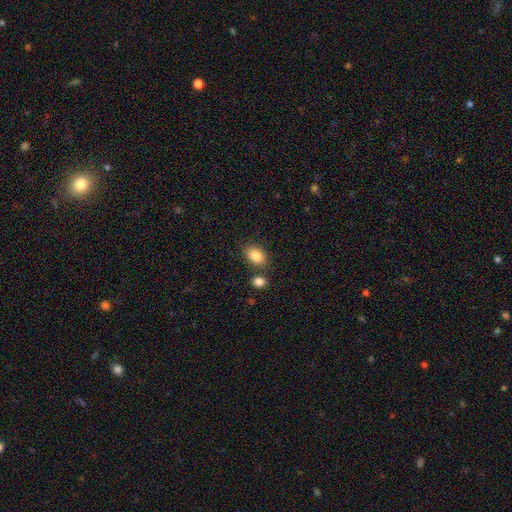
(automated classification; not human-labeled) smooth-or-featured: smooth: 85% | star or artifact: 8% | featured or disk: 7%
  how-rounded: in between: 86% | round: 13% | cigar-shaped: 1%
  merging: none: 75% | minor disturbance: 11% | merger: 11% | major disturbance: 3%